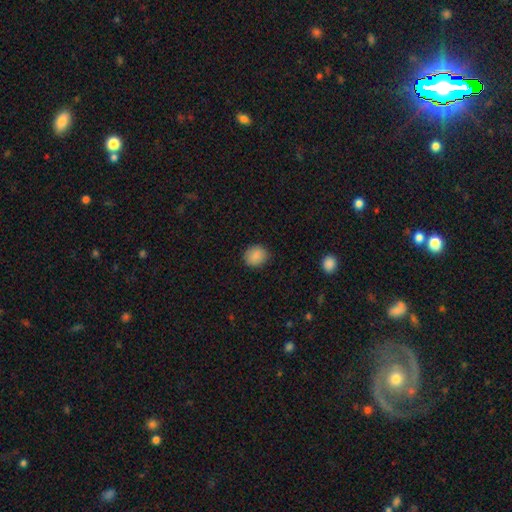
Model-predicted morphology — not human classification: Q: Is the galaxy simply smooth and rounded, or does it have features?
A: smooth — 88%.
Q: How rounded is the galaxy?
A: round — 74%.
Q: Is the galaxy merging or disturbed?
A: none — 87%.